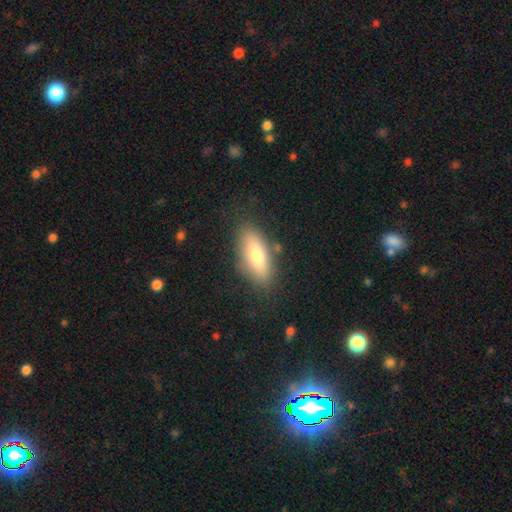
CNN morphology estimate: Smooth or featured?
  - smooth: 72% *
  - featured or disk: 21%
  - star or artifact: 7%
How rounded?
  - in between: 74% *
  - cigar-shaped: 24%
  - round: 3%
Merging?
  - none: 81% *
  - minor disturbance: 13%
  - major disturbance: 4%
  - merger: 2%